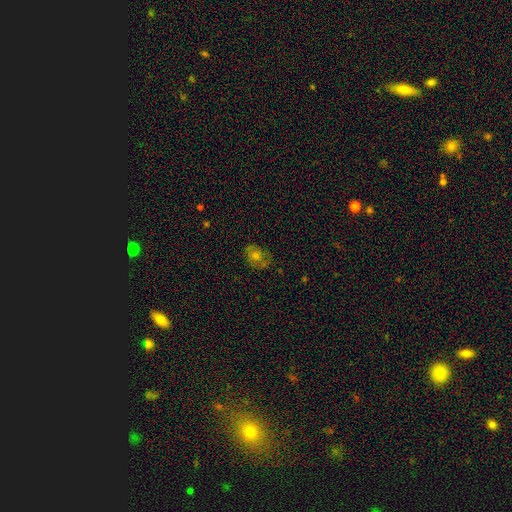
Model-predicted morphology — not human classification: smooth 48%, featured or disk 32%, star or artifact 20%. Down the decision tree: merging — none (70%).